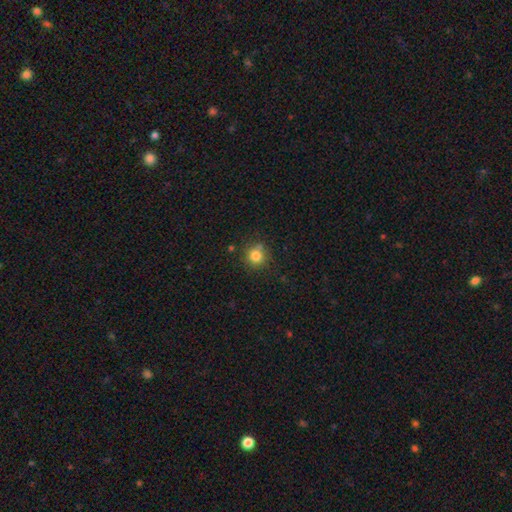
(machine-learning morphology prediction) type=smooth (82%); roundness=round (91%); merging=none (78%).